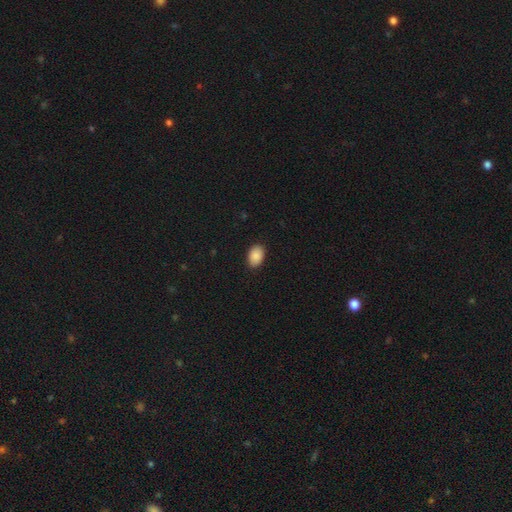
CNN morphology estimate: This appears to be a smooth galaxy with no disk features (89%) that is in between round and cigar-shaped (87%). Merging: none (89%).